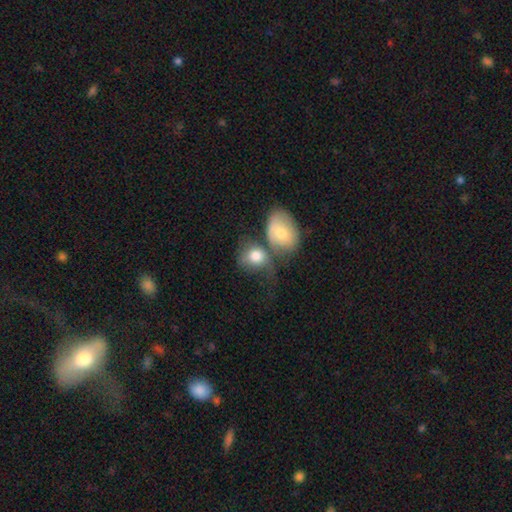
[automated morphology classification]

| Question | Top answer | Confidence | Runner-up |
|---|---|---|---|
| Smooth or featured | smooth | 75% | featured or disk (18%) |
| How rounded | round | 52% | in between (47%) |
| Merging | merger | 44% | none (24%) |